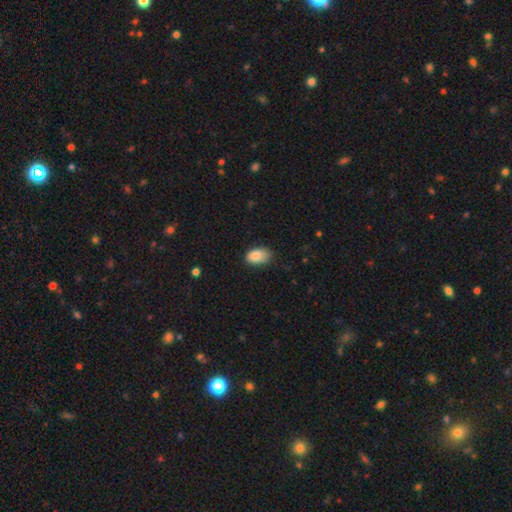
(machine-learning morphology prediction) Smooth or featured: smooth — 85% (featured or disk — 8%)
How rounded: in between — 89% (round — 10%)
Merging: none — 67% (minor disturbance — 27%)